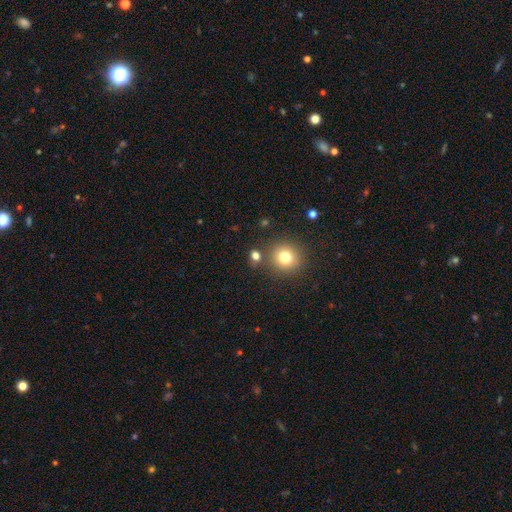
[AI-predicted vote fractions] smooth_or_featured: smooth (p=0.76) [alt: star or artifact p=0.17]
how_rounded: round (p=0.77) [alt: in between p=0.22]
merging: none (p=0.76) [alt: merger p=0.10]